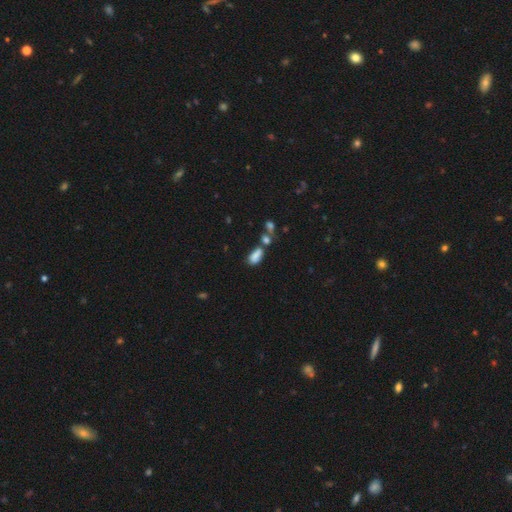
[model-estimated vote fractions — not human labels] Smooth or featured?
  - smooth: 79% *
  - star or artifact: 11%
  - featured or disk: 10%
How rounded?
  - in between: 86% *
  - cigar-shaped: 9%
  - round: 5%
Merging?
  - none: 38% *
  - merger: 36%
  - minor disturbance: 17%
  - major disturbance: 9%